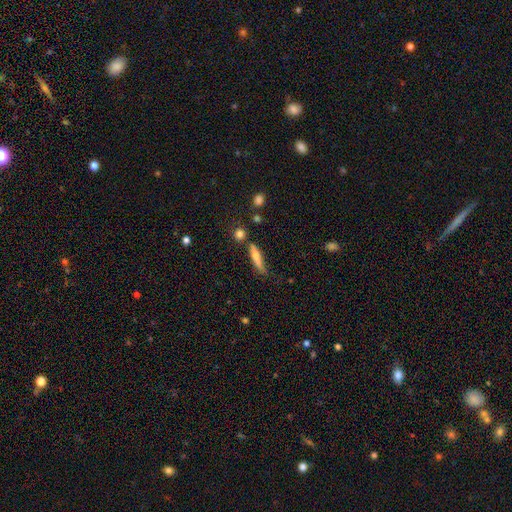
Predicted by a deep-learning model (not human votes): smooth 65%, featured or disk 26%, star or artifact 8%. Down the decision tree: how rounded — cigar-shaped (84%); merging — none (59%).